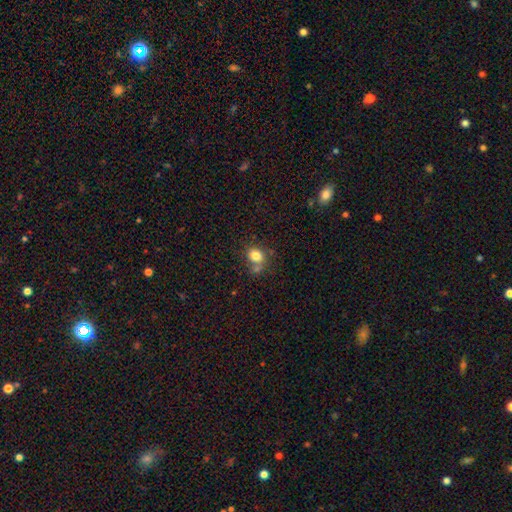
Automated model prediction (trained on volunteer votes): smooth 80%, star or artifact 11%, featured or disk 9%. Down the decision tree: how rounded — round (58%); merging — none (56%).